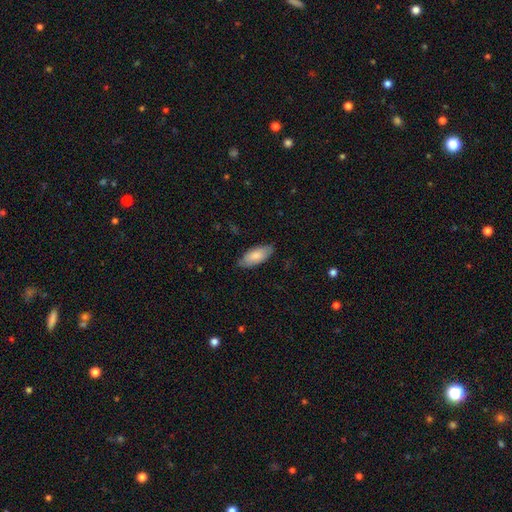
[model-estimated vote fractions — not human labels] smooth-or-featured: smooth: 79% | featured or disk: 15% | star or artifact: 6%
  how-rounded: in between: 86% | cigar-shaped: 12% | round: 2%
  merging: none: 78% | minor disturbance: 19% | major disturbance: 3% | merger: 1%